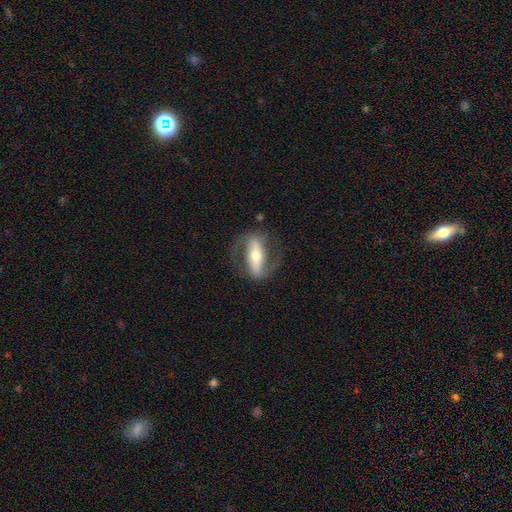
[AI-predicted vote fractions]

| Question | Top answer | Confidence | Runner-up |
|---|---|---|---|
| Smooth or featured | featured or disk | 80% | smooth (15%) |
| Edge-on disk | no | 85% | yes (15%) |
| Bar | strong | 72% | weak (15%) |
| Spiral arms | yes | 83% | no (17%) |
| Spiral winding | medium | 47% | loose (28%) |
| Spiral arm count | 2 | 88% | can't tell (5%) |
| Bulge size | moderate | 61% | small (28%) |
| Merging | none | 76% | minor disturbance (13%) |